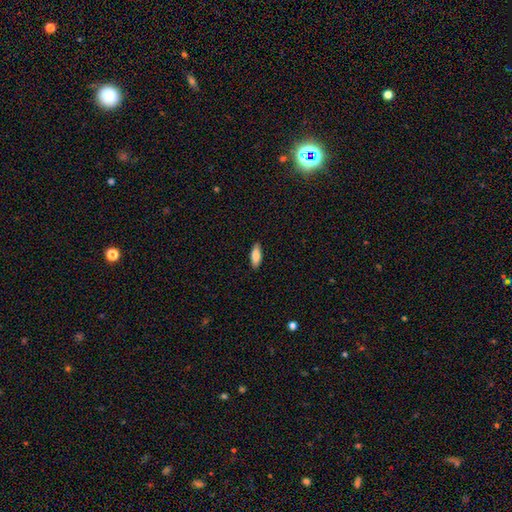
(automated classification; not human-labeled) Smooth or featured: smooth — 84% (featured or disk — 10%)
How rounded: in between — 69% (cigar-shaped — 30%)
Merging: none — 87% (minor disturbance — 10%)